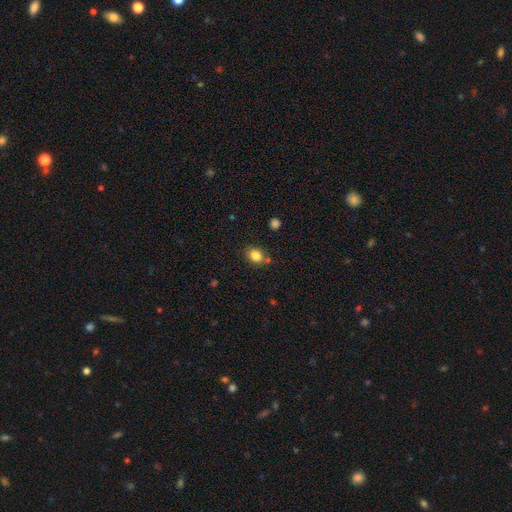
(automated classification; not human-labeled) This appears to be a smooth galaxy with no disk features (83%) that is round (60%). Merging: none (76%).